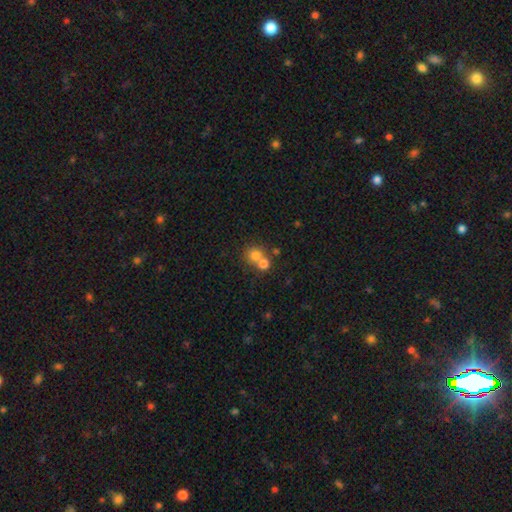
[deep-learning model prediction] A smooth galaxy with no disk features (75%) that is round (84%).

Vote fractions:
- Smooth or featured? smooth: 75% / star or artifact: 13% / featured or disk: 11%
- How rounded? round: 84% / in between: 15% / cigar-shaped: 1%
- Merging? merger: 46% / none: 45% / minor disturbance: 6% / major disturbance: 3%